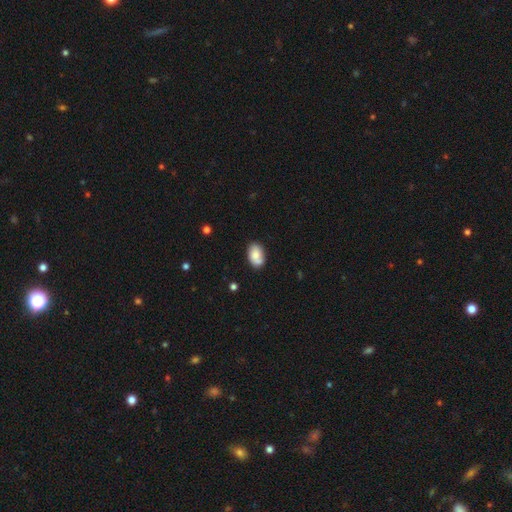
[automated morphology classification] type=smooth (78%); roundness=in between (90%); merging=none (73%).